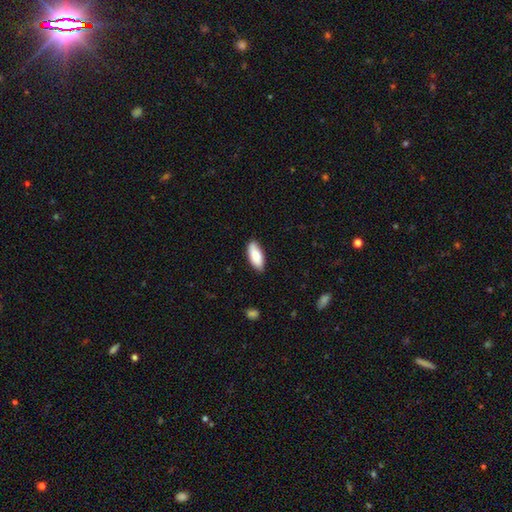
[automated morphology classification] Overall: smooth (85%). How rounded: in between (80%). Merging: none (82%).